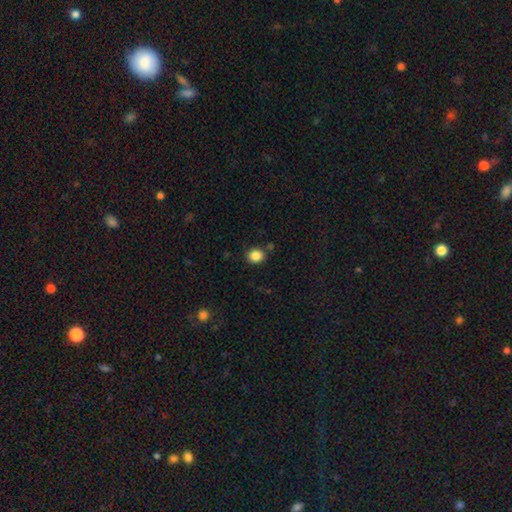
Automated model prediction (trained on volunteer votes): smooth-or-featured: smooth: 86% | star or artifact: 10% | featured or disk: 3%
  how-rounded: round: 71% | in between: 29% | cigar-shaped: 1%
  merging: none: 84% | minor disturbance: 9% | merger: 4% | major disturbance: 3%